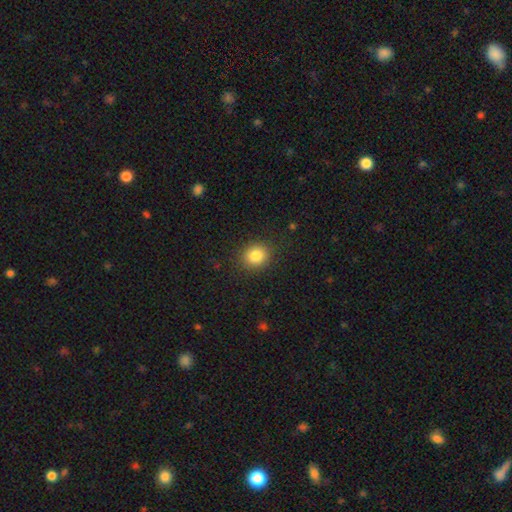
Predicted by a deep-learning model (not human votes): Smooth or featured: smooth — 85% (star or artifact — 10%)
How rounded: round — 77% (in between — 22%)
Merging: none — 88% (minor disturbance — 8%)